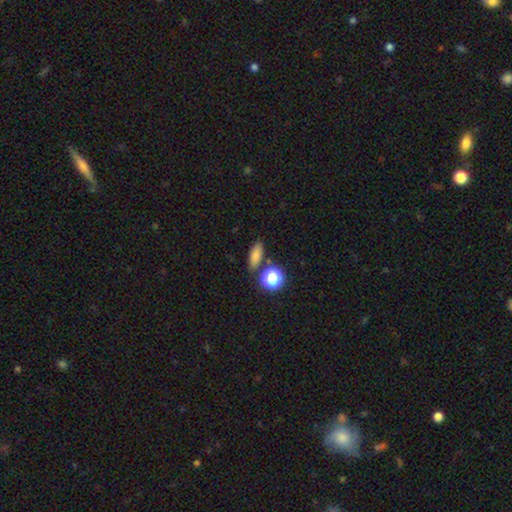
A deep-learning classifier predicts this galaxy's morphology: Smooth or featured: smooth — 77% (star or artifact — 15%)
How rounded: in between — 65% (cigar-shaped — 20%)
Merging: none — 79% (minor disturbance — 10%)